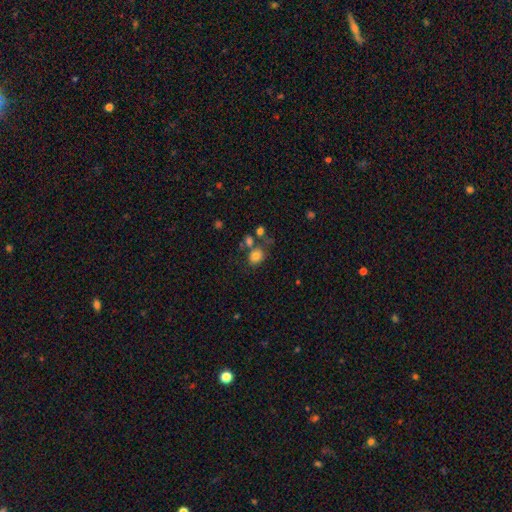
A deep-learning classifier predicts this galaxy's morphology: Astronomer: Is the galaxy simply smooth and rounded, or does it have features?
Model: smooth — 78%.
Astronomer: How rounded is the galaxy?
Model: round — 59% (runner-up: in between, 40%).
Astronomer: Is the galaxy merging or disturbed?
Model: none — 60%.